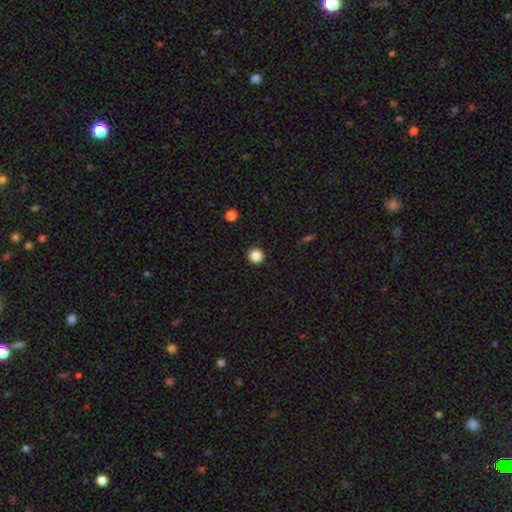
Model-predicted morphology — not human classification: smooth_or_featured: smooth (p=0.86) [alt: star or artifact p=0.11]
how_rounded: round (p=0.96) [alt: in between p=0.03]
merging: none (p=0.93) [alt: minor disturbance p=0.04]